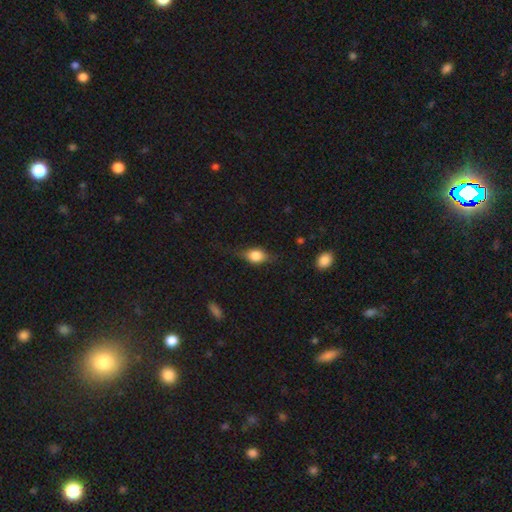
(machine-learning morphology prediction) smooth 64%, featured or disk 27%, star or artifact 9%. Down the decision tree: how rounded — in between (68%); merging — none (65%).